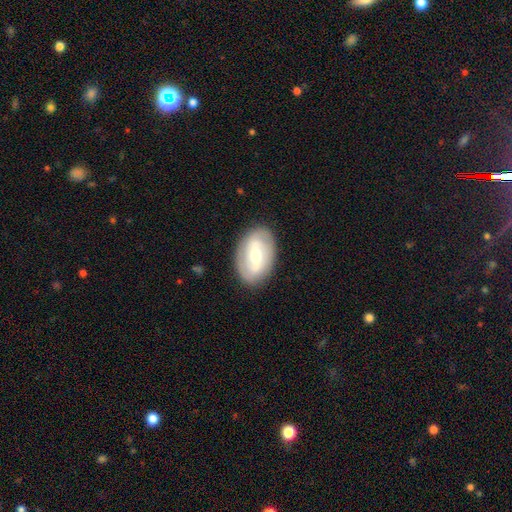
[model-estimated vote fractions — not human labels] Morphology: type=featured or disk (64%); edge-on=no (92%); bar=strong (44%); spiral arms=yes (59%); bulge=moderate (63%); merging=none (85%).